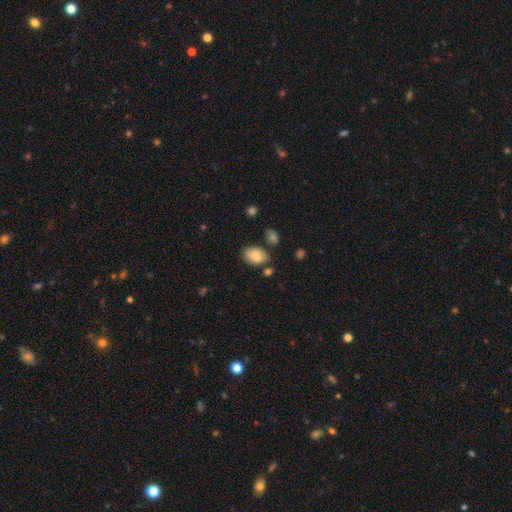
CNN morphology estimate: smooth_or_featured: smooth (p=0.84) [alt: star or artifact p=0.08]
how_rounded: in between (p=0.83) [alt: round p=0.16]
merging: none (p=0.70) [alt: minor disturbance p=0.19]